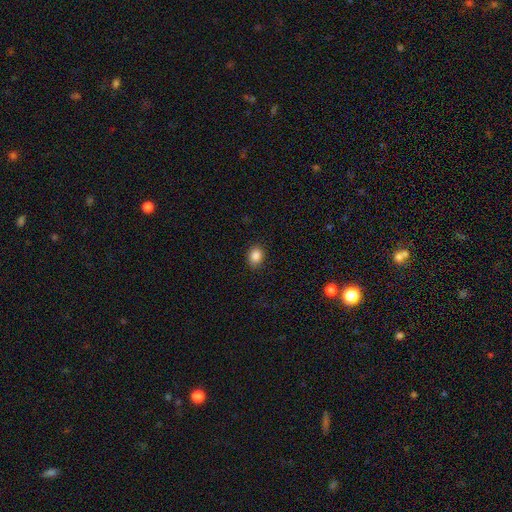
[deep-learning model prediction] Smooth or featured? Predicted: smooth (p=0.87). How rounded? Predicted: in between (p=0.57). Merging? Predicted: none (p=0.88).